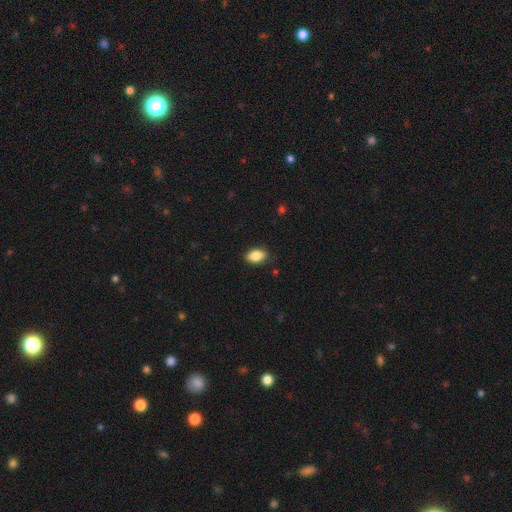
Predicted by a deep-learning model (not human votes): Overall: smooth (86%). How rounded: in between (90%). Merging: none (84%).